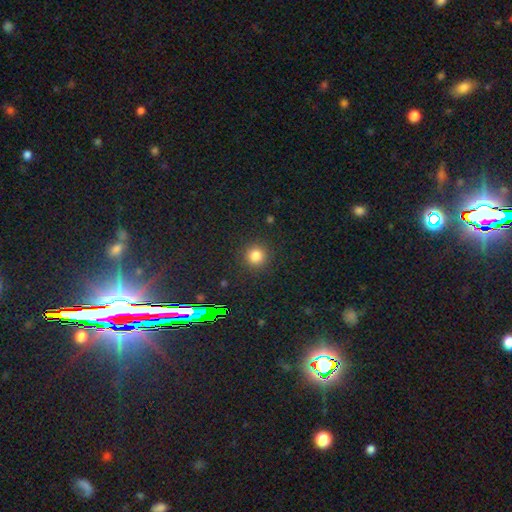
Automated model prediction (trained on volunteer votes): Morphology: type=smooth (80%); roundness=round (94%); merging=none (90%).